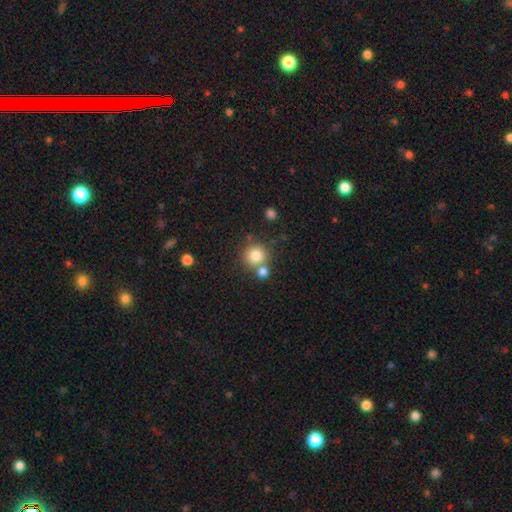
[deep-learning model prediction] A smooth galaxy with no disk features (81%) that is round (91%). Merging: none (63%).